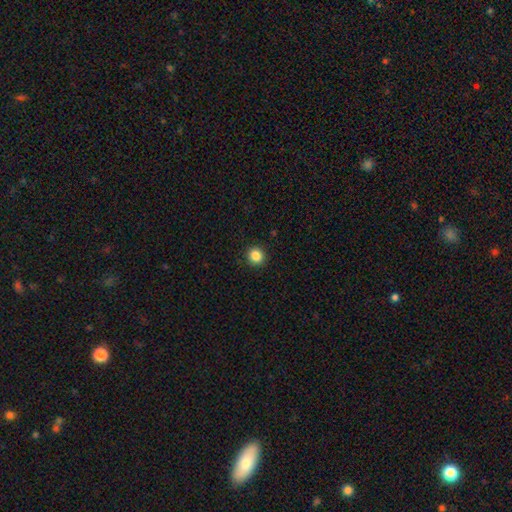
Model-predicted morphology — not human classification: smooth-or-featured: smooth: 86% | star or artifact: 11% | featured or disk: 4%
  how-rounded: round: 93% | in between: 6% | cigar-shaped: 1%
  merging: none: 93% | minor disturbance: 5% | major disturbance: 2% | merger: 1%